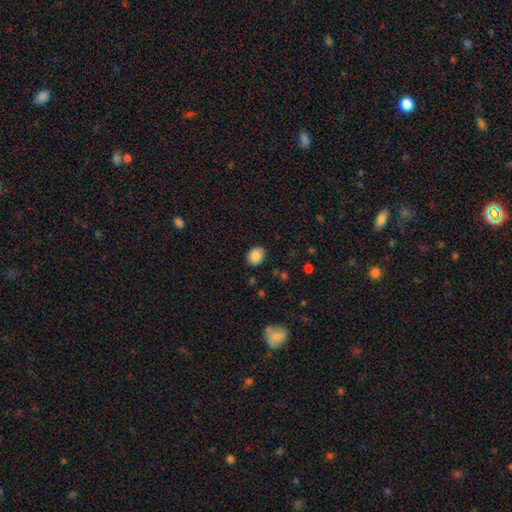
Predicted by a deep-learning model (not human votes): smooth 88%, star or artifact 8%, featured or disk 4%. Down the decision tree: how rounded — in between (60%); merging — none (88%).